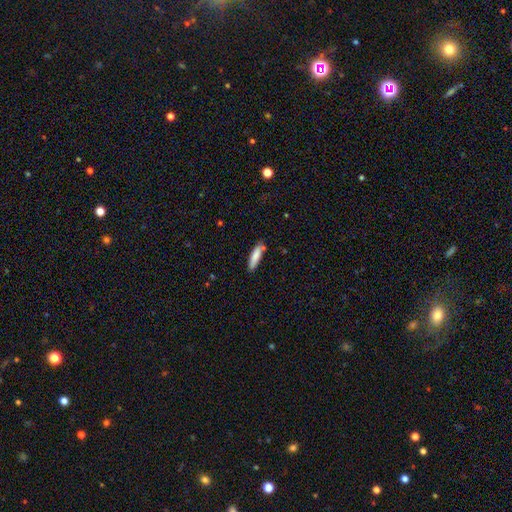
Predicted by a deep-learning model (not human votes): A smooth galaxy with no disk features (82%) that is cigar-shaped (74%).

Vote fractions:
- Smooth or featured? smooth: 82% / featured or disk: 12% / star or artifact: 6%
- How rounded? cigar-shaped: 74% / in between: 24% / round: 1%
- Merging? none: 80% / minor disturbance: 14% / merger: 4% / major disturbance: 2%